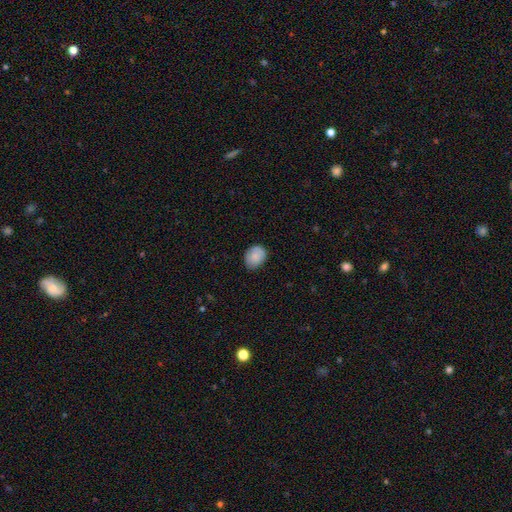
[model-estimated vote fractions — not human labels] Overall: smooth (83%). How rounded: in between (51%; round 48%). Merging: none (75%).